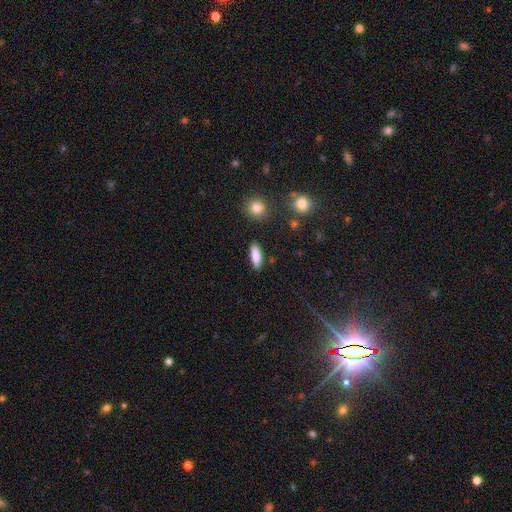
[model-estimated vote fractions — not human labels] Morphology: type=smooth (85%); roundness=in between (59%); merging=none (88%).